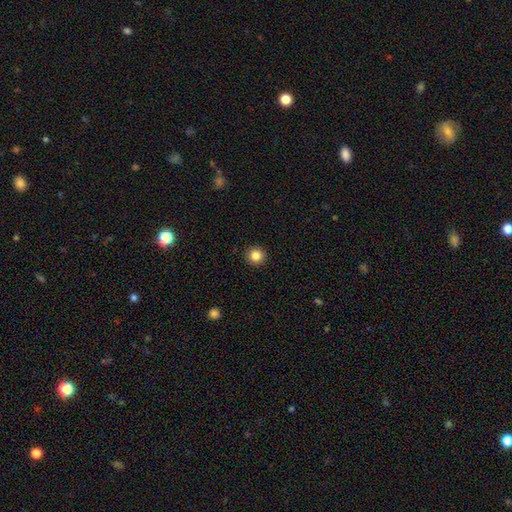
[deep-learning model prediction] The model was most divided on "smooth or featured": smooth: 85%, star or artifact: 11%, featured or disk: 4%. More confident: how rounded — round (95%); merging — none (93%).